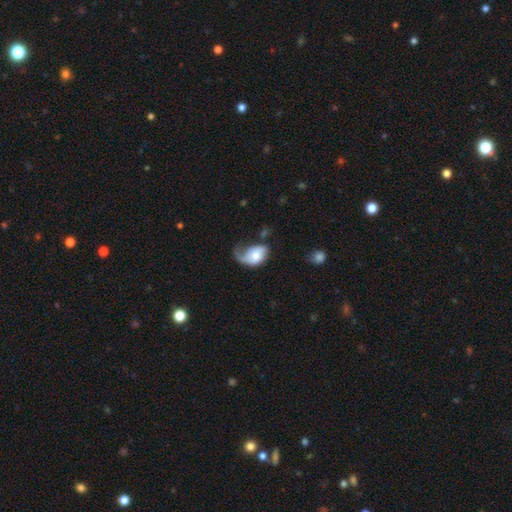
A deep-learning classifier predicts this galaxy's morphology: The model was most divided on "smooth or featured": smooth: 54%, featured or disk: 39%, star or artifact: 7%. Remaining: how rounded — in between (81%); merging — major disturbance (45%).